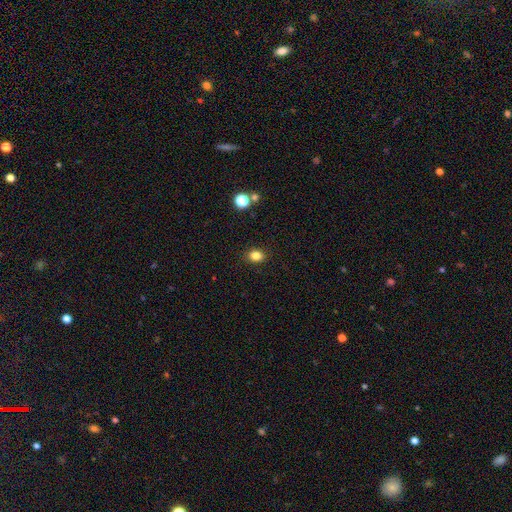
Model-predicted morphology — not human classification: The model was most divided on "how rounded": in between: 55%, round: 44%, cigar-shaped: 1%. More confident: merging — none (89%); smooth or featured — smooth (83%).